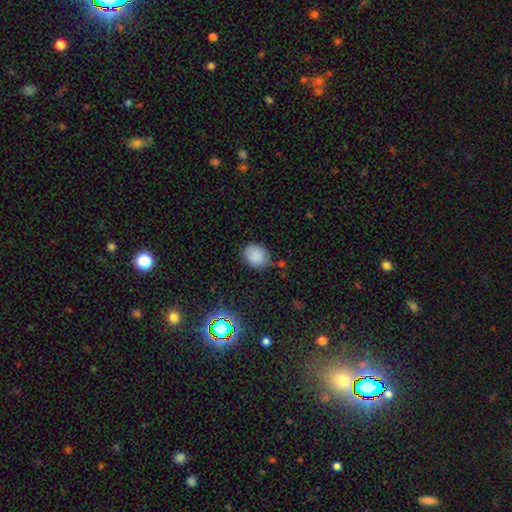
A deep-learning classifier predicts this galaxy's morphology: The model was most divided on "how rounded": round: 56%, in between: 43%, cigar-shaped: 1%. More confident: smooth or featured — smooth (85%); merging — none (73%).